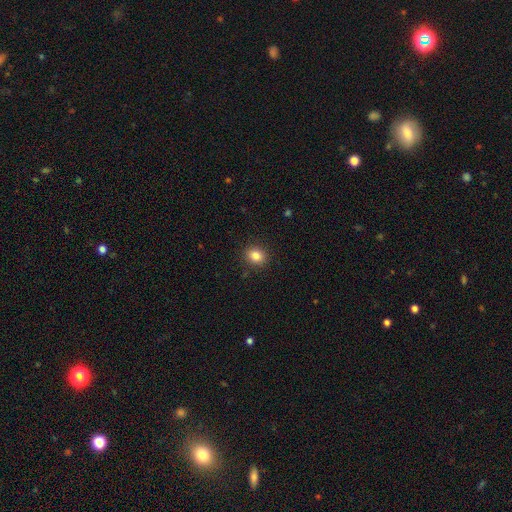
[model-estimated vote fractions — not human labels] smooth-or-featured: smooth: 84% | star or artifact: 11% | featured or disk: 5%
  how-rounded: round: 67% | in between: 32% | cigar-shaped: 1%
  merging: none: 90% | minor disturbance: 7% | major disturbance: 2% | merger: 1%